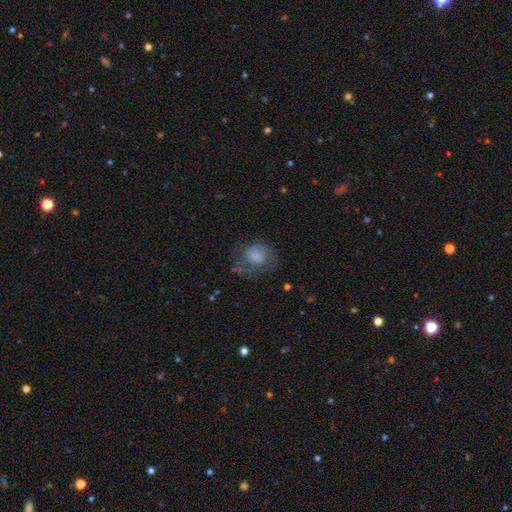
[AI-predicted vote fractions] Morphology: type=smooth (70%); roundness=round (53%); merging=none (45%).